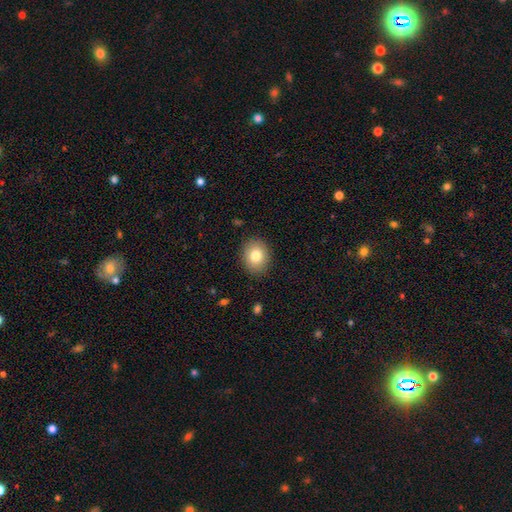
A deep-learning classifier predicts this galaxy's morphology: Smooth or featured? smooth (80%)
How rounded? round (61%)
Merging? none (89%)